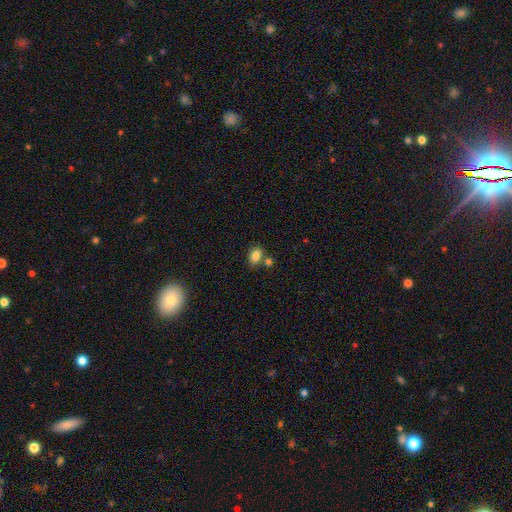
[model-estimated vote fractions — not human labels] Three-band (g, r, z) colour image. It shows a smooth galaxy with no disk features (84%) that is in between round and cigar-shaped (75%). Merging: none (64%).